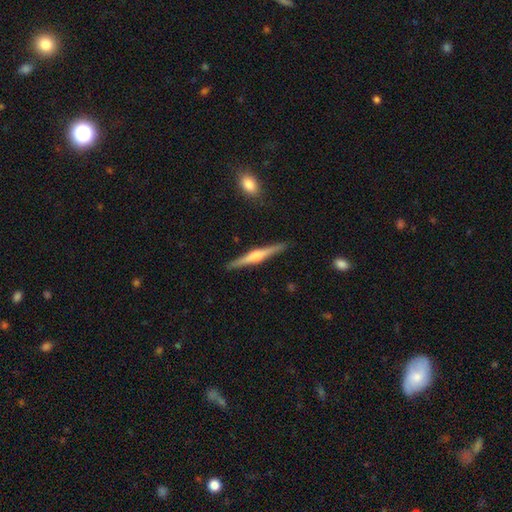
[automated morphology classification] featured or disk 72%, smooth 23%, star or artifact 5%. Down the decision tree: edge-on disk — yes (98%); edge-on bulge — rounded (82%); merging — none (91%).